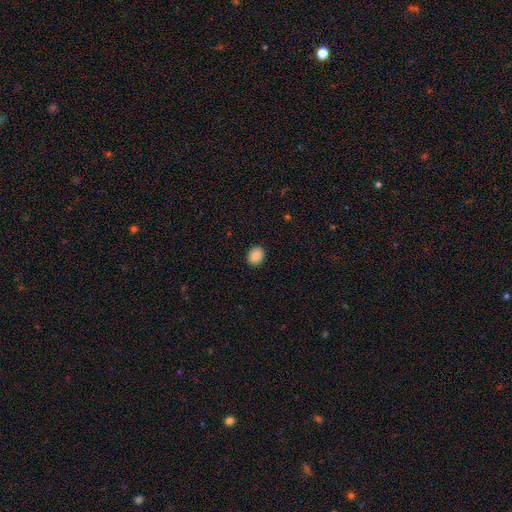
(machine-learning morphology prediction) Smooth or featured: smooth — 88% (star or artifact — 8%)
How rounded: round — 56% (in between — 43%)
Merging: none — 90% (minor disturbance — 7%)